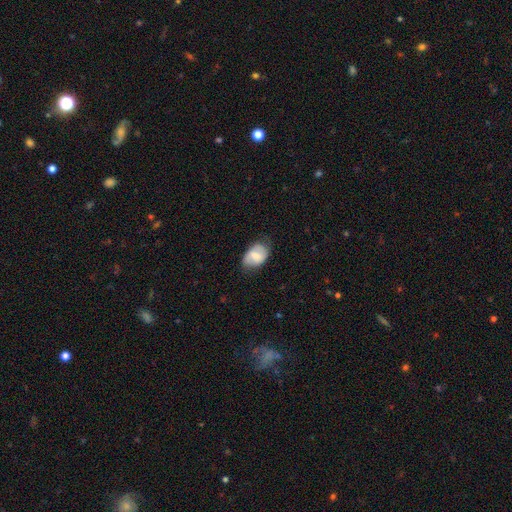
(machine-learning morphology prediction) Smooth or featured: smooth — 59% (featured or disk — 34%)
How rounded: in between — 85% (round — 13%)
Merging: none — 60% (minor disturbance — 31%)